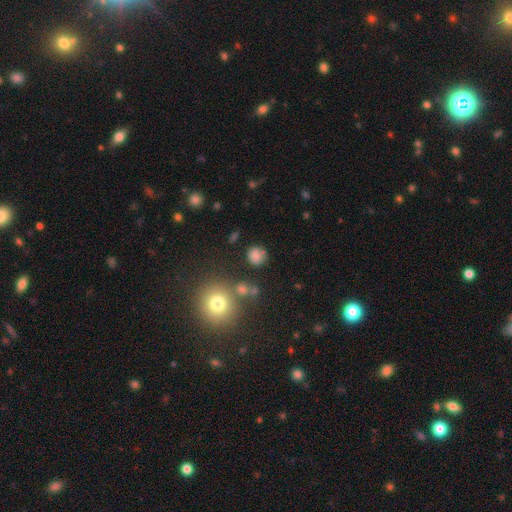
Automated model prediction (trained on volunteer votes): smooth-or-featured: smooth: 80% | star or artifact: 13% | featured or disk: 7%
  how-rounded: round: 86% | in between: 13% | cigar-shaped: 1%
  merging: none: 77% | minor disturbance: 13% | merger: 5% | major disturbance: 5%